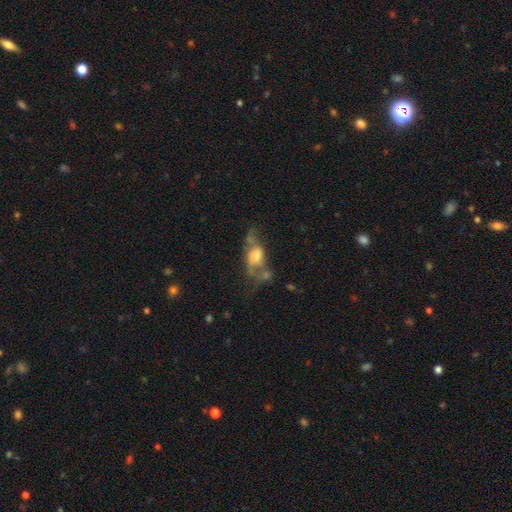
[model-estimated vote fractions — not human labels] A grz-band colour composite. It shows a featured or disk galaxy (52%). Merging: major disturbance (33%).